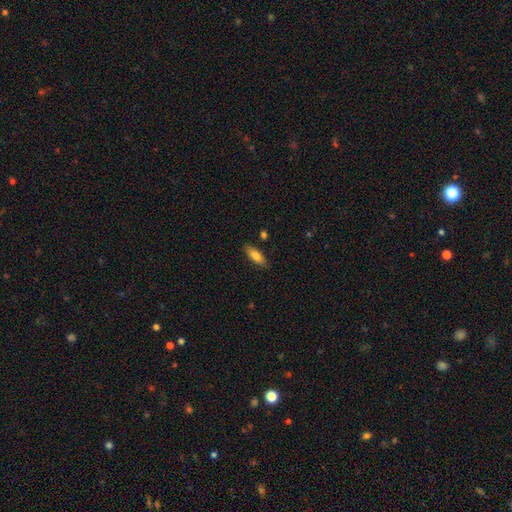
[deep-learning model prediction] smooth 78%, featured or disk 15%, star or artifact 7%. Down the decision tree: how rounded — in between (65%); merging — none (85%).